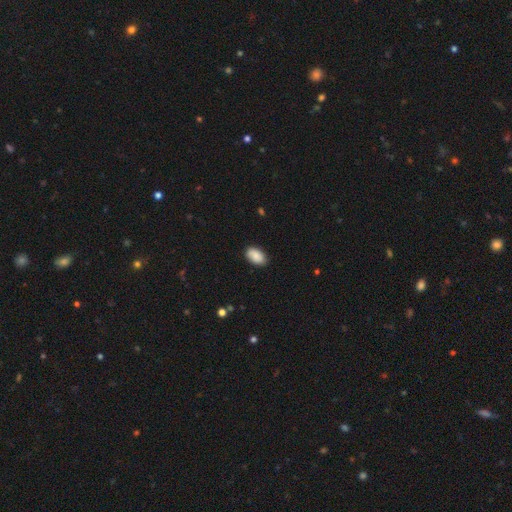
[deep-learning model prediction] smooth 88%, star or artifact 7%, featured or disk 6%. Down the decision tree: how rounded — in between (93%); merging — none (85%).